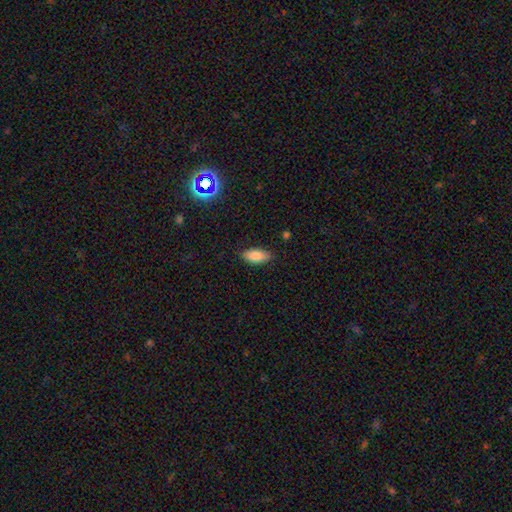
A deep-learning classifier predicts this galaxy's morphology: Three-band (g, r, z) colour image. It shows a smooth galaxy with no disk features (84%) that is in between round and cigar-shaped (88%). Merging: none (84%).